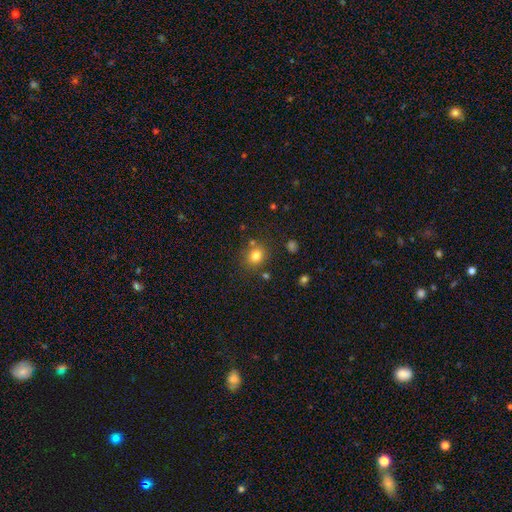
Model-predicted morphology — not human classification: Smooth or featured?
  - smooth: 80% *
  - star or artifact: 13%
  - featured or disk: 7%
How rounded?
  - round: 70% *
  - in between: 30%
  - cigar-shaped: 1%
Merging?
  - none: 77% *
  - minor disturbance: 12%
  - merger: 7%
  - major disturbance: 4%